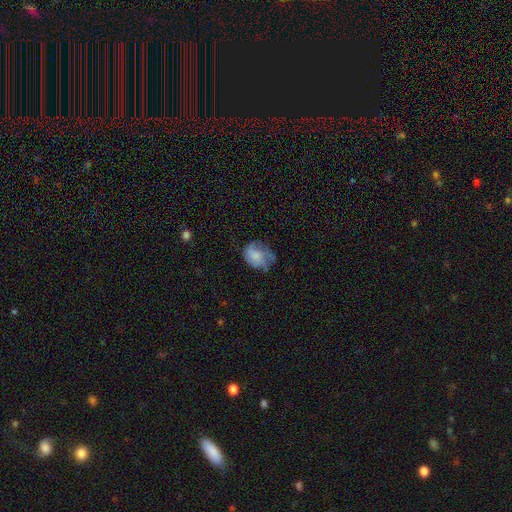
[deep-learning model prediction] Overall: smooth (66%). How rounded: in between (53%; round 46%). Merging: none (41%; minor disturbance 34%).